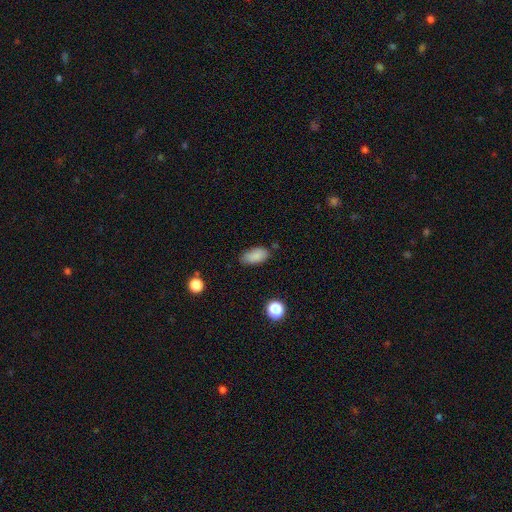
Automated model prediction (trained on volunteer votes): Morphology: type=smooth (86%); roundness=in between (91%); merging=none (77%).